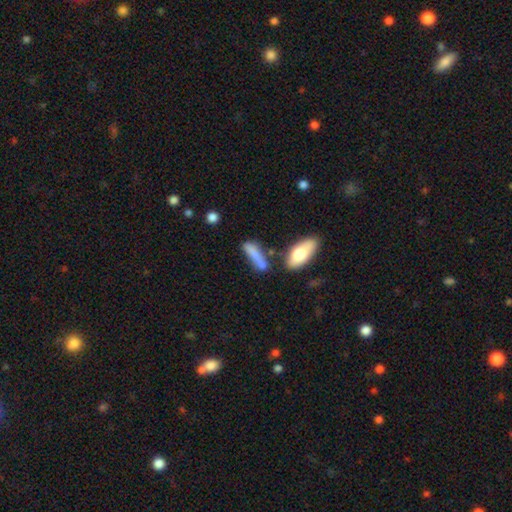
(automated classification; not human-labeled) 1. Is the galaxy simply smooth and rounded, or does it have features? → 72% smooth, 20% featured or disk, 8% star or artifact.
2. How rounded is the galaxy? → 69% cigar-shaped, 28% in between, 3% round.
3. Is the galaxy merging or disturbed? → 51% none, 21% merger, 20% minor disturbance, 8% major disturbance.